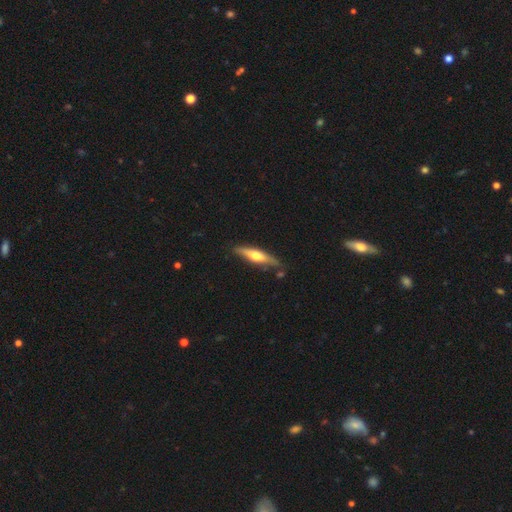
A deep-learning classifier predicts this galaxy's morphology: Smooth or featured? Predicted: featured or disk (p=0.55). Edge-on disk? Predicted: yes (p=0.93). Edge-on bulge? Predicted: rounded (p=0.89). Merging? Predicted: none (p=0.79).